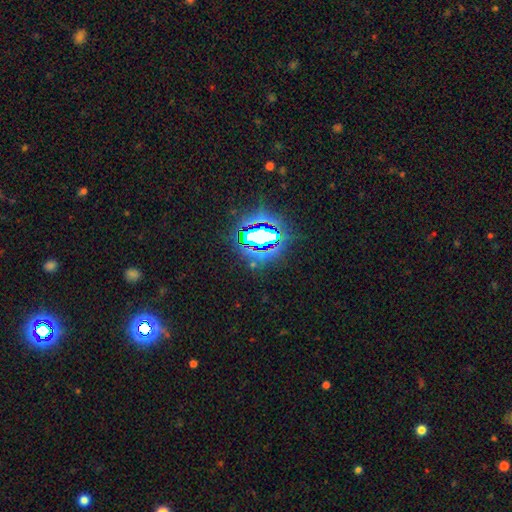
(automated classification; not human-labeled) This appears to be a star or artifact, not a galaxy (81%).